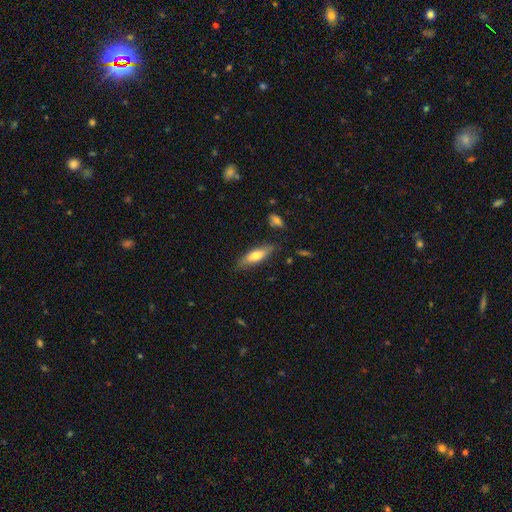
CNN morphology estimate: Smooth or featured? Predicted: smooth (p=0.66). How rounded? Predicted: cigar-shaped (p=0.54). Merging? Predicted: none (p=0.80).